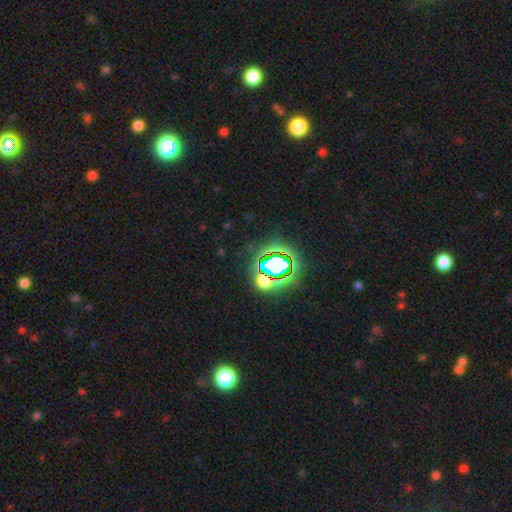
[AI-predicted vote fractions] Morphology: type=star or artifact (77%).